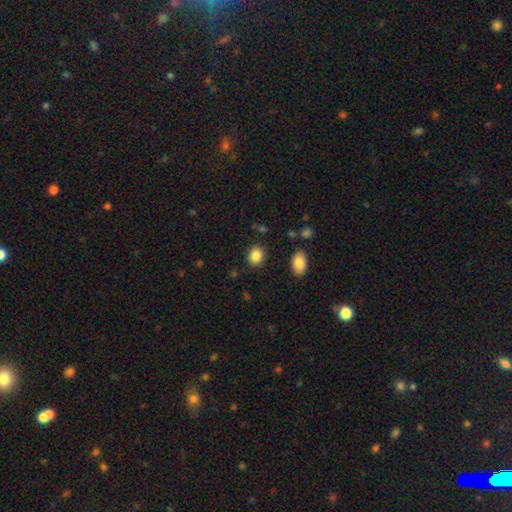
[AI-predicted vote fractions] Overall: smooth (86%). How rounded: round (57%; in between 42%). Merging: none (86%).